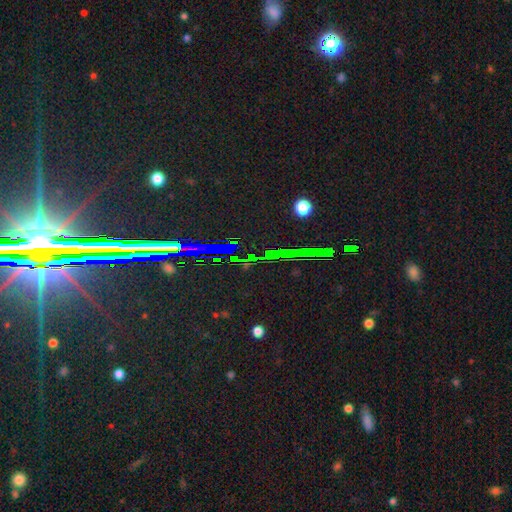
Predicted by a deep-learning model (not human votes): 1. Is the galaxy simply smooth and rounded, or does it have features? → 83% star or artifact, 10% featured or disk, 7% smooth.